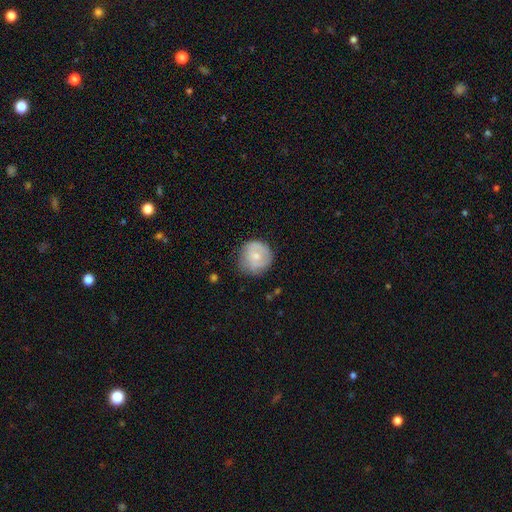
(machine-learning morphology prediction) Smooth or featured? smooth (60%)
How rounded? round (89%)
Merging? none (65%)